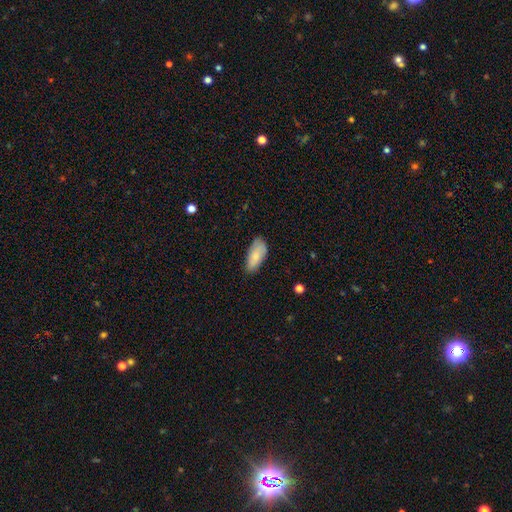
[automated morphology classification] Overall: smooth (78%). How rounded: in between (89%). Merging: none (71%).